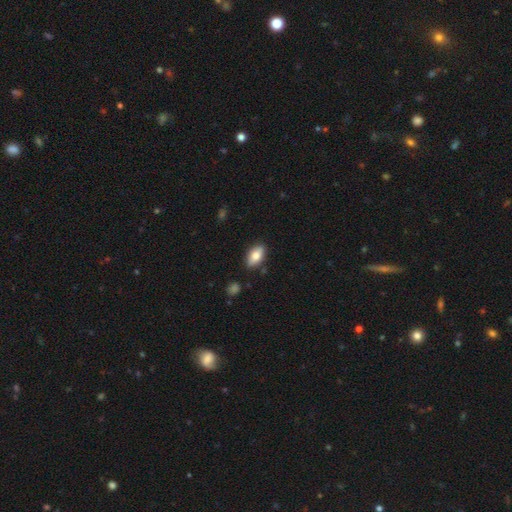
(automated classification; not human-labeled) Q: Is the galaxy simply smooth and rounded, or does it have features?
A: smooth — 77%.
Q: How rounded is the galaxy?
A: in between — 89%.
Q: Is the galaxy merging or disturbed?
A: none — 85%.